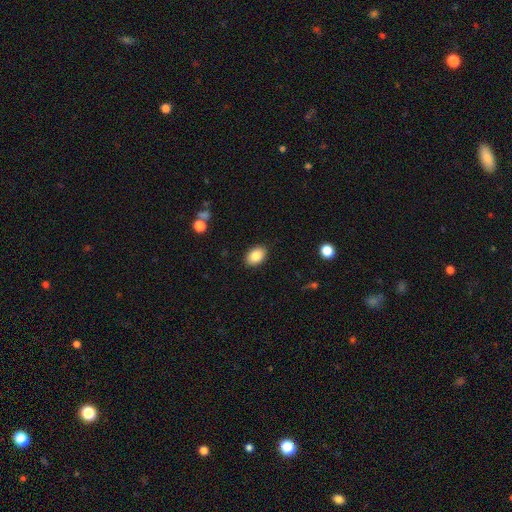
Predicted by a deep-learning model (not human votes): A smooth galaxy with no disk features (87%) that is in between round and cigar-shaped (83%). Merging: none (89%).